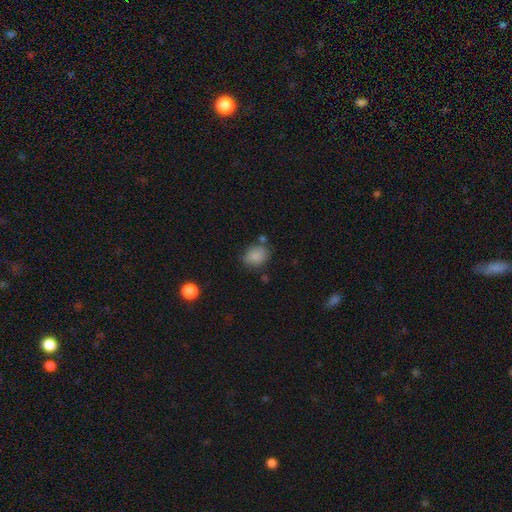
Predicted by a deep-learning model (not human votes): smooth-or-featured: smooth: 84% | star or artifact: 9% | featured or disk: 7%
  how-rounded: in between: 55% | round: 44% | cigar-shaped: 1%
  merging: none: 67% | minor disturbance: 20% | merger: 8% | major disturbance: 6%